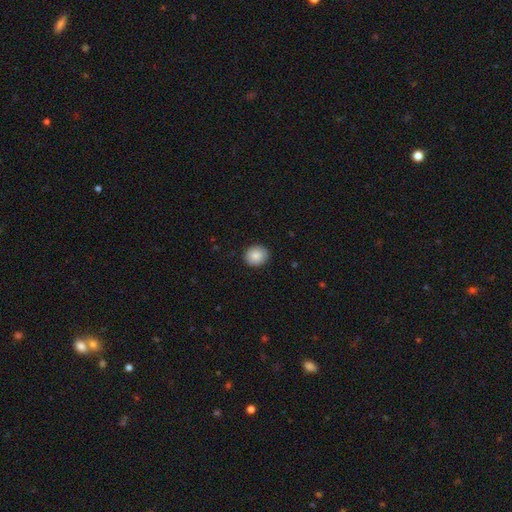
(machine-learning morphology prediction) type=smooth (87%); roundness=round (80%); merging=none (90%).